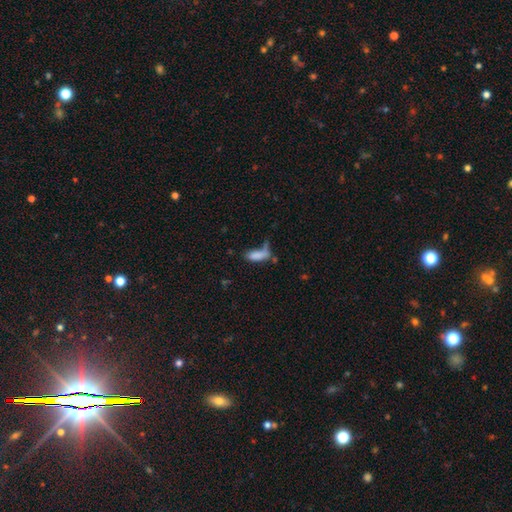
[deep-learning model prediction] This is likely a smooth galaxy (78%). How rounded: likely in between (73%). Merging: marginally none (33%).